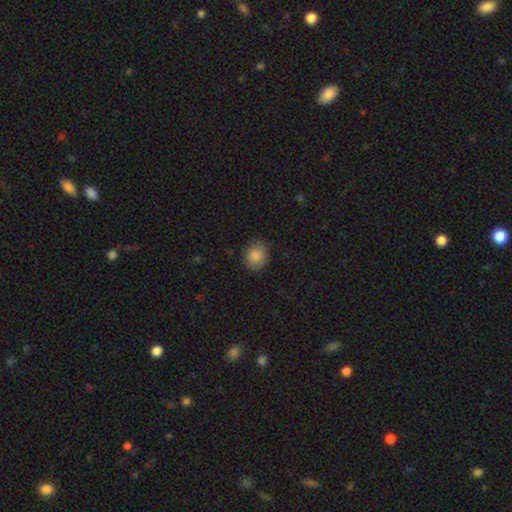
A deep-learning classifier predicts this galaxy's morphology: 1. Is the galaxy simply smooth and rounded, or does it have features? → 86% smooth, 9% star or artifact, 5% featured or disk.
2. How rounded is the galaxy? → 66% round, 33% in between, 1% cigar-shaped.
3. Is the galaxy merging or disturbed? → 86% none, 11% minor disturbance, 3% major disturbance, 1% merger.